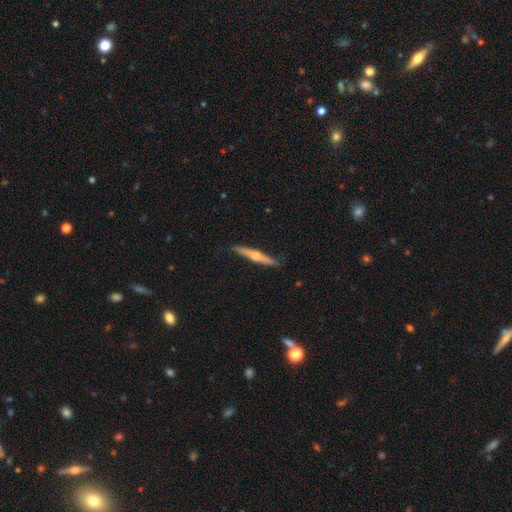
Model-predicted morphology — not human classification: This appears to be a featured or disk galaxy (61%) viewed edge-on (97%) with a rounded central bulge (90%). Merging: none (87%).